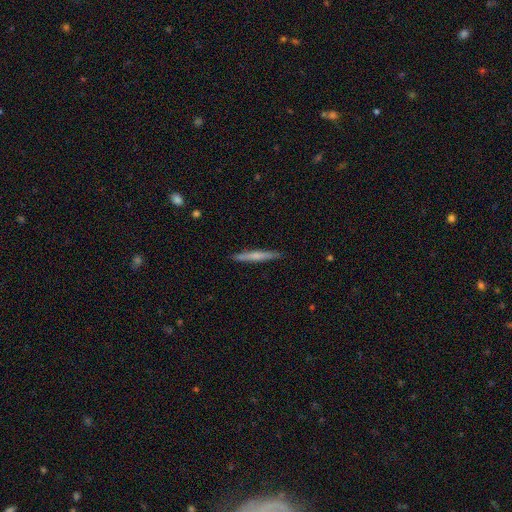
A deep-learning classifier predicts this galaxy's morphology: smooth 52%, featured or disk 43%, star or artifact 6%. Down the decision tree: how rounded — cigar-shaped (95%); merging — none (90%).